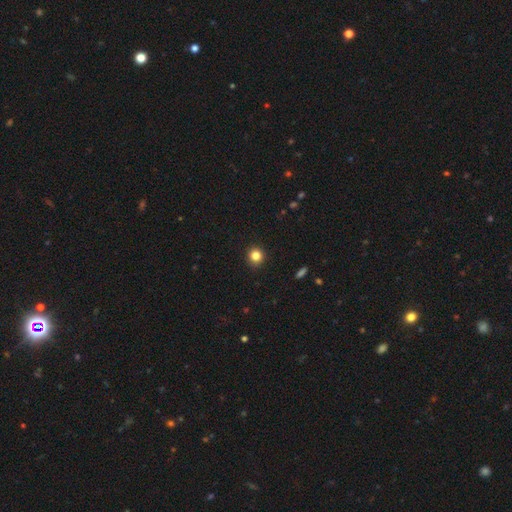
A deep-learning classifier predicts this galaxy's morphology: smooth_or_featured: smooth (p=0.83) [alt: star or artifact p=0.12]
how_rounded: round (p=0.89) [alt: in between p=0.10]
merging: none (p=0.92) [alt: minor disturbance p=0.06]